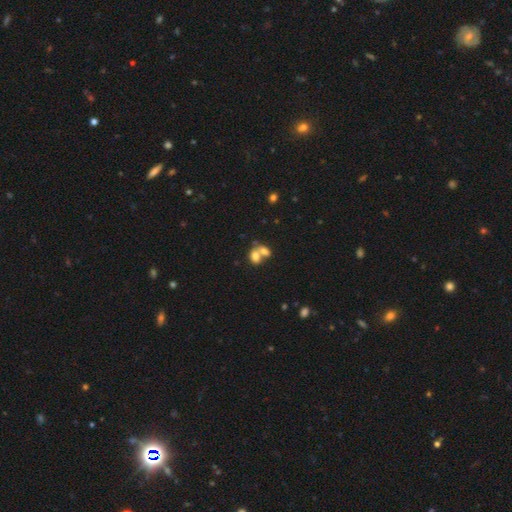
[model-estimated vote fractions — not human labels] This appears to be a smooth galaxy with no disk features (71%) that is in between round and cigar-shaped (68%). Merging: merger (70%).